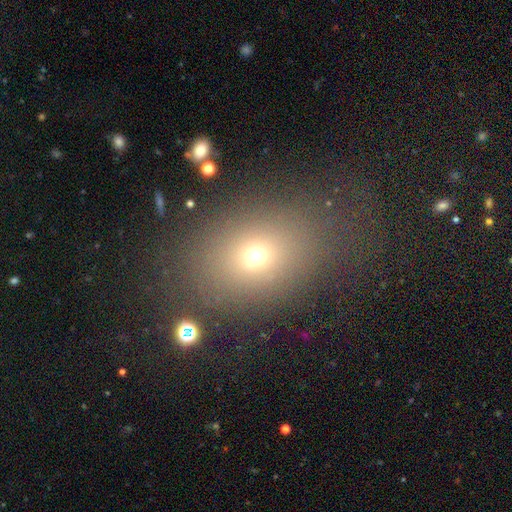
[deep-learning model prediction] Overall: smooth (67%). How rounded: in between (66%; round 32%). Merging: none (70%).